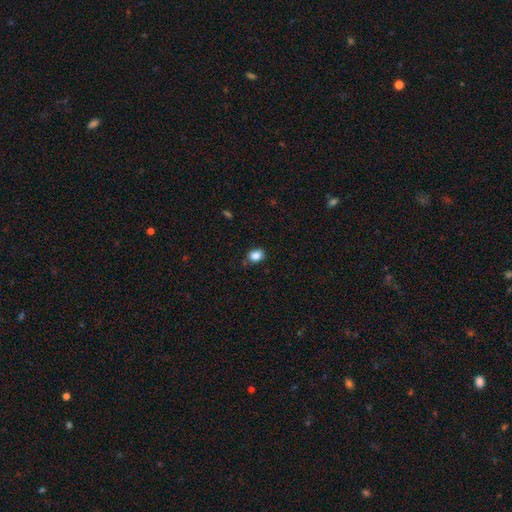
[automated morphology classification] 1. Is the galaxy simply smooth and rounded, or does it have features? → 85% smooth, 10% star or artifact, 4% featured or disk.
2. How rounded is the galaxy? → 62% in between, 37% round, 1% cigar-shaped.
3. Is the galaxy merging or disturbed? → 79% none, 16% minor disturbance, 3% major disturbance, 2% merger.